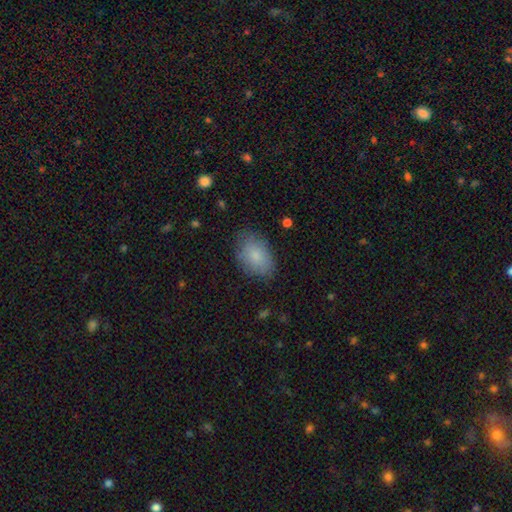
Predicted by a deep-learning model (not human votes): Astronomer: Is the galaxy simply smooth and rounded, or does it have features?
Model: smooth — 83%.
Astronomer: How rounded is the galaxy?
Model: in between — 87%.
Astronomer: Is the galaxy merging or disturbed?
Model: none — 76%.